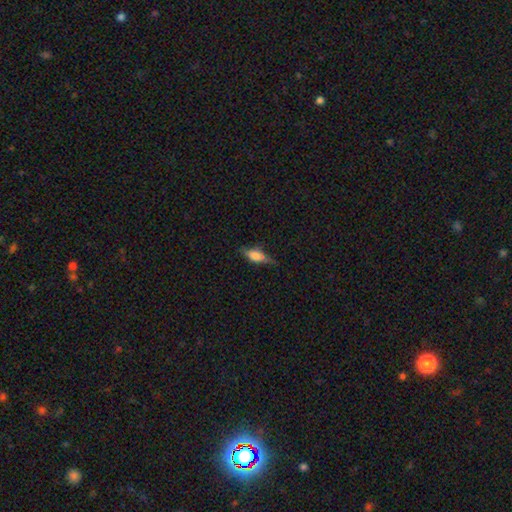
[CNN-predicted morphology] smooth 54%, featured or disk 37%, star or artifact 9%. Down the decision tree: how rounded — in between (66%); merging — none (66%).